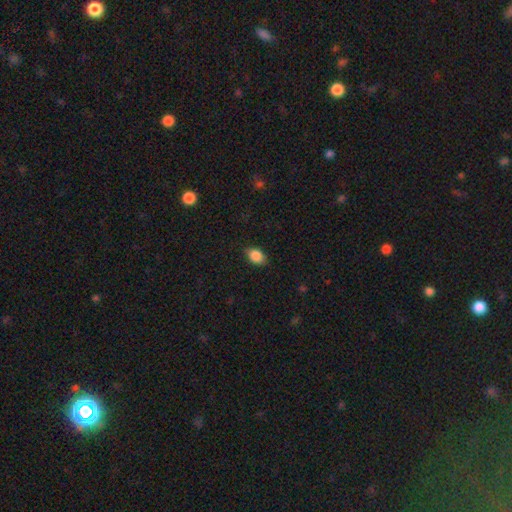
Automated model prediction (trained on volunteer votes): Smooth or featured?
  - smooth: 87% *
  - star or artifact: 8%
  - featured or disk: 4%
How rounded?
  - in between: 84% *
  - round: 14%
  - cigar-shaped: 1%
Merging?
  - none: 84% *
  - minor disturbance: 13%
  - major disturbance: 3%
  - merger: 1%